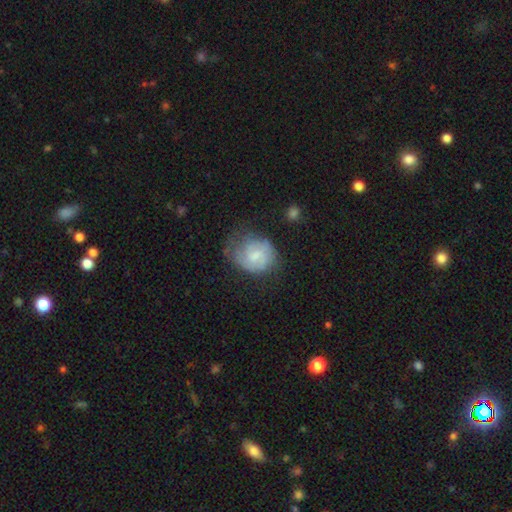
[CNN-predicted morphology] The model was most divided on "bulge size": small: 40%, moderate: 39%, none: 15%, large: 4%, dominant: 1%. Remaining: edge-on disk — no (98%); spiral arms — yes (80%); bar — weak (56%); smooth or featured — featured or disk (55%); merging — none (48%).